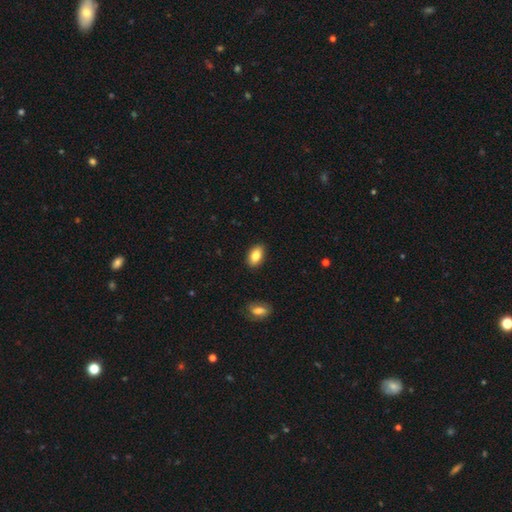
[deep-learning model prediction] A smooth galaxy with no disk features (83%) that is in between round and cigar-shaped (91%). Merging: none (87%).